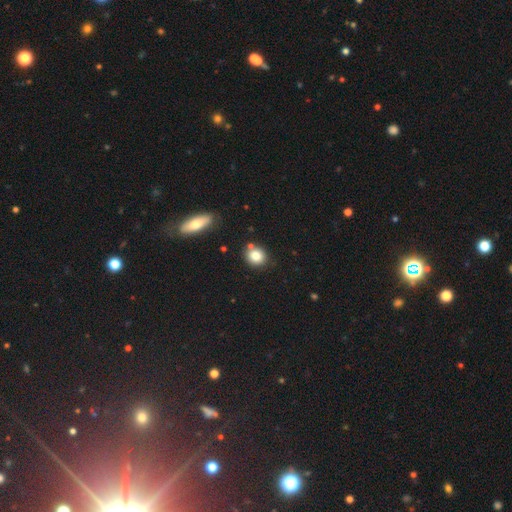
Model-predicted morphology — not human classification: A smooth galaxy with no disk features (81%) that is round (80%).

Vote fractions:
- Smooth or featured? smooth: 81% / star or artifact: 10% / featured or disk: 8%
- How rounded? round: 80% / in between: 19% / cigar-shaped: 1%
- Merging? none: 76% / merger: 11% / minor disturbance: 11% / major disturbance: 3%